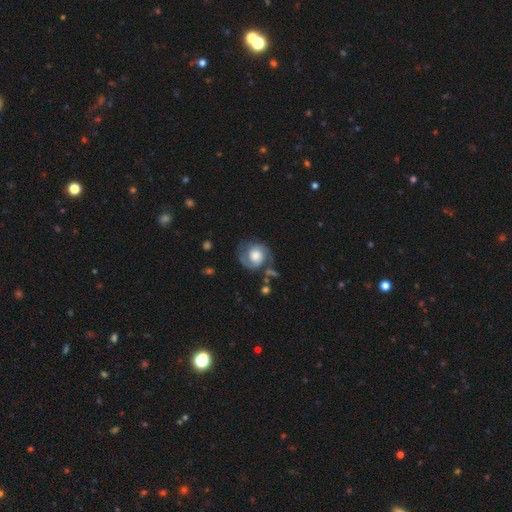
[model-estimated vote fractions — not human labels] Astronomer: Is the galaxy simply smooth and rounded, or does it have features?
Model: featured or disk — 68%.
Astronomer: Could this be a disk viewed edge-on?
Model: no — 98%.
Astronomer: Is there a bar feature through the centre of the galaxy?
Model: no — 72%.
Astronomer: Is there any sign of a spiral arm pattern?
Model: yes — 89%.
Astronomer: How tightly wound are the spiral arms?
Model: tight — 45% (runner-up: medium, 39%).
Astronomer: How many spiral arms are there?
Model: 2 — 73%.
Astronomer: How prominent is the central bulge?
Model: large — 45% (runner-up: moderate, 37%).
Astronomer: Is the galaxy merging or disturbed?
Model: none — 60%.